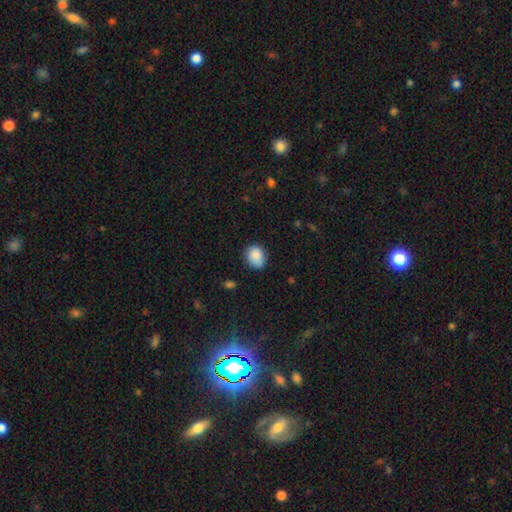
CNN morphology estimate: Overall: smooth (87%). How rounded: round (56%; in between 43%). Merging: none (74%).